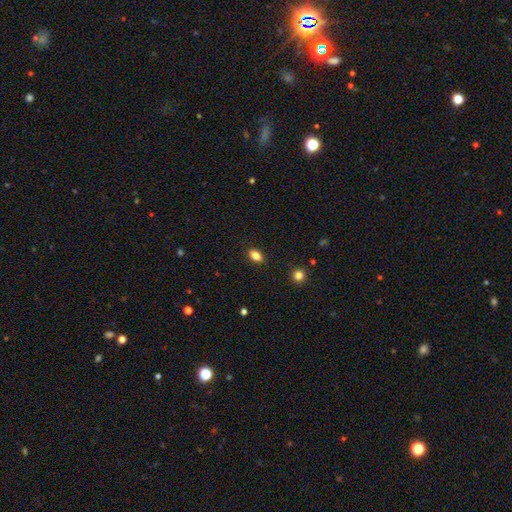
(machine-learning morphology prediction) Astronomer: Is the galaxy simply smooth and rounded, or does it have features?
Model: smooth — 84%.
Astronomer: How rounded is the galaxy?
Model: in between — 87%.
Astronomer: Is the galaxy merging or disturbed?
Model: none — 89%.